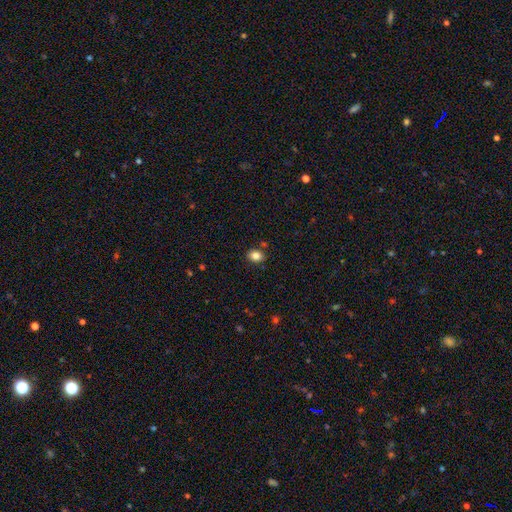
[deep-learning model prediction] smooth 84%, star or artifact 10%, featured or disk 6%. Down the decision tree: how rounded — in between (58%); merging — none (83%).